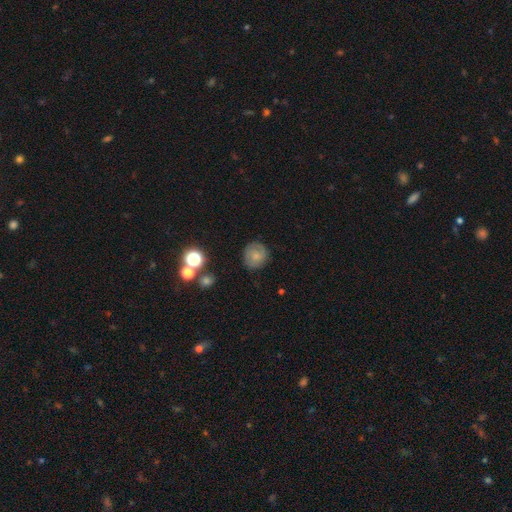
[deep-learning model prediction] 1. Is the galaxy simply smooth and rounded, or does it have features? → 64% smooth, 25% featured or disk, 11% star or artifact.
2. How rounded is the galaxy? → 85% round, 14% in between, 1% cigar-shaped.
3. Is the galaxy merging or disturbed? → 80% none, 14% minor disturbance, 4% major disturbance, 2% merger.